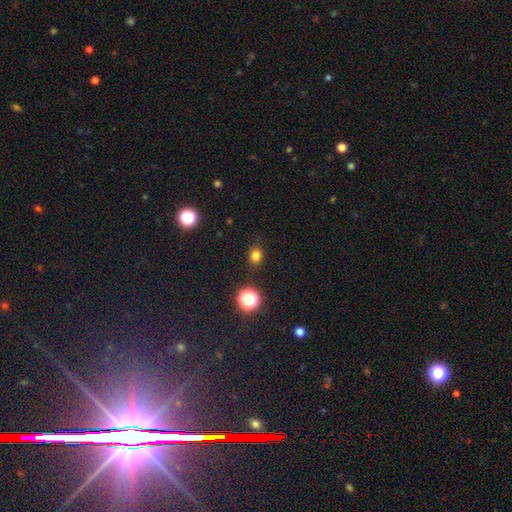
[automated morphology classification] Smooth or featured? smooth (78%)
How rounded? round (67%)
Merging? none (87%)